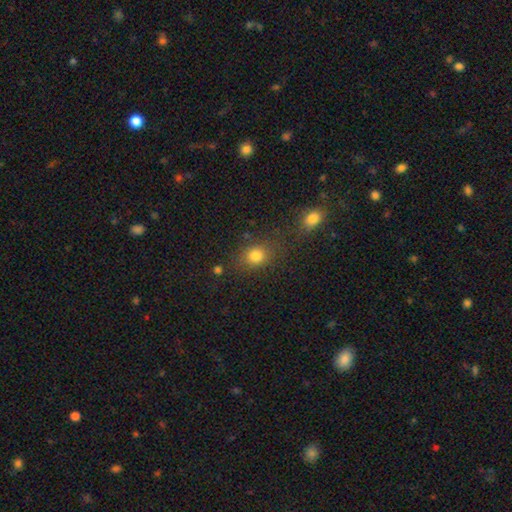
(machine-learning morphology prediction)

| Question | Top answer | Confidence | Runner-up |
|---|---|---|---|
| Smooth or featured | smooth | 81% | star or artifact (13%) |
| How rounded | round | 60% | in between (38%) |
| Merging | none | 73% | minor disturbance (12%) |